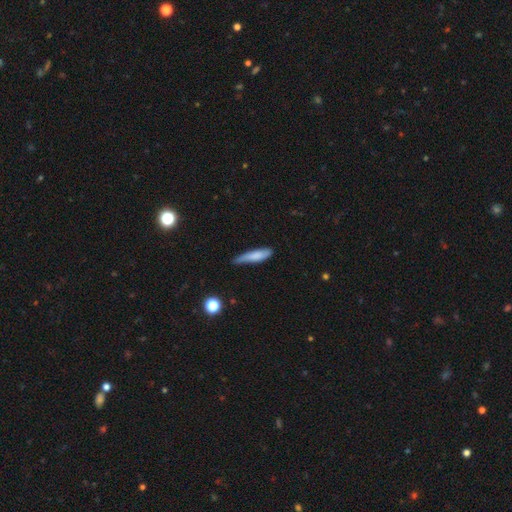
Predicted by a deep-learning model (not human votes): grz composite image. It shows a smooth galaxy with no disk features (74%) that is cigar-shaped (76%). Merging: none (48%).